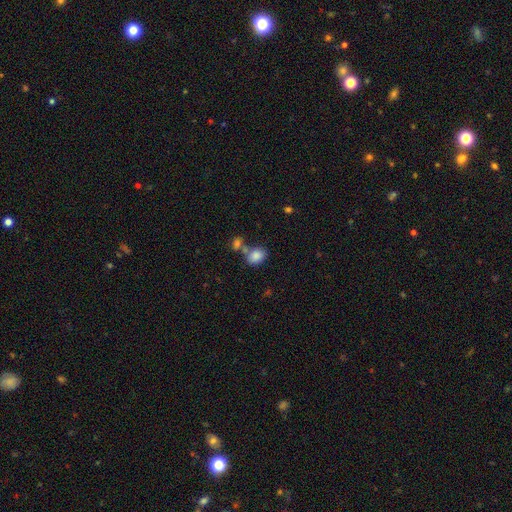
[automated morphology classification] smooth 85%, star or artifact 9%, featured or disk 7%. Down the decision tree: how rounded — in between (69%); merging — none (49%).